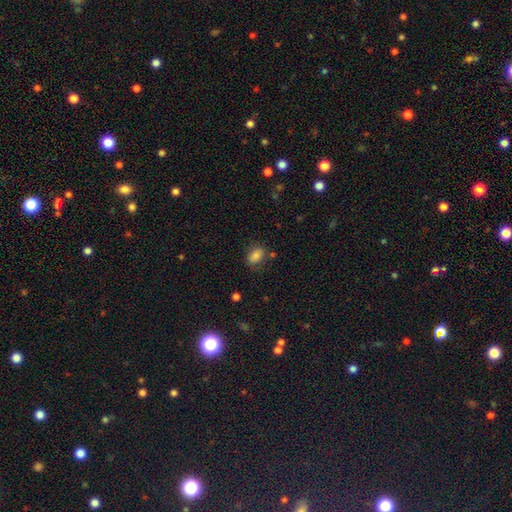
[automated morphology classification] This is clearly a smooth galaxy (82%). How rounded: likely in between (80%). Merging: likely none (73%).